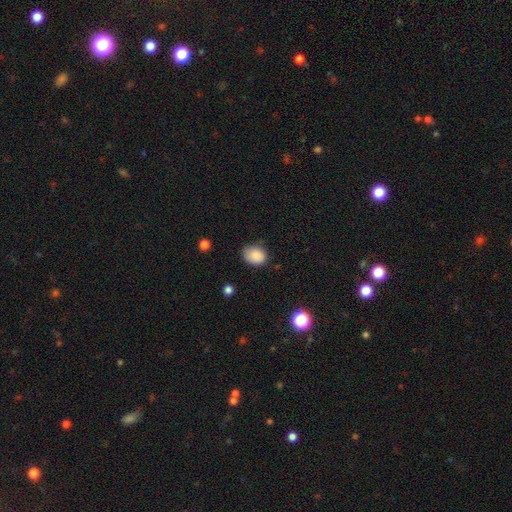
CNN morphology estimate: Smooth or featured: smooth — 87% (star or artifact — 9%)
How rounded: in between — 60% (round — 39%)
Merging: none — 68% (minor disturbance — 26%)